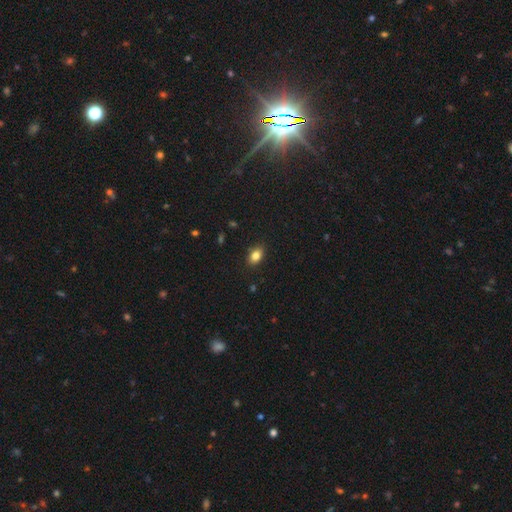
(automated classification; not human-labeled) A smooth galaxy with no disk features (83%) that is in between round and cigar-shaped (79%). Merging: none (87%).